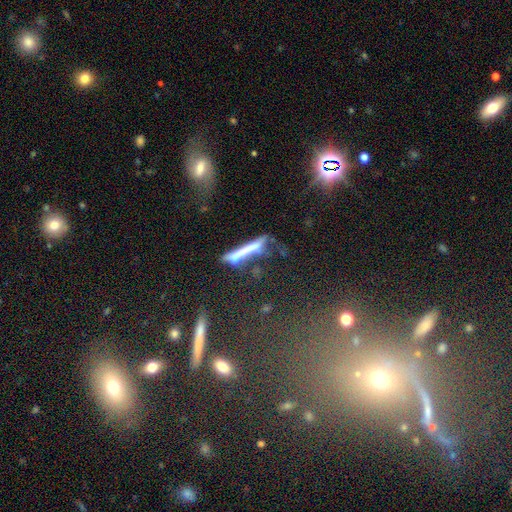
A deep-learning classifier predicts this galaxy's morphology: Q: Smooth or featured?
A: smooth (36%); runner-up: featured or disk (35%)
Q: Merging?
A: none (77%); runner-up: minor disturbance (11%)